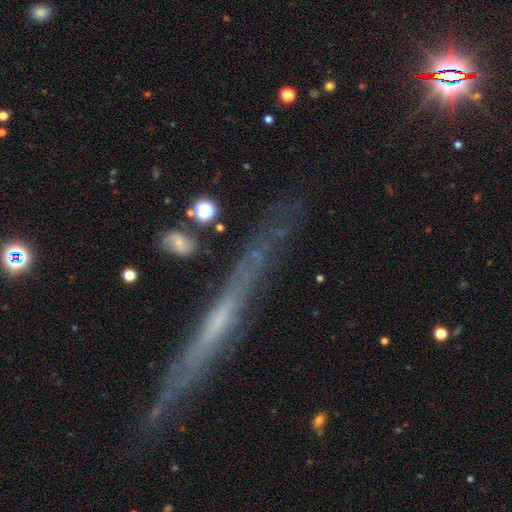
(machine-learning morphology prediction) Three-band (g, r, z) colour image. It shows a featured or disk galaxy (61%) viewed edge-on (87%) with no central bulge (78%). Merging: none (78%).